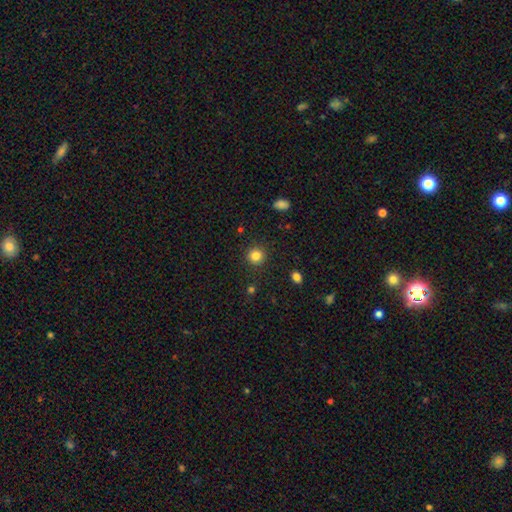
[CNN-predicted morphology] Smooth or featured? smooth (83%)
How rounded? round (93%)
Merging? none (91%)